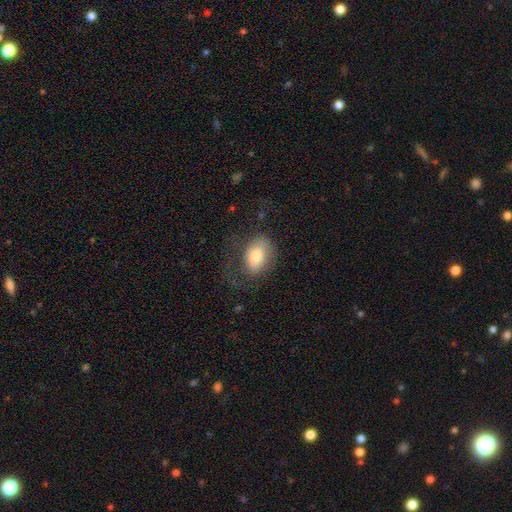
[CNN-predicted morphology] Q: Smooth or featured?
A: smooth (73%); runner-up: featured or disk (19%)
Q: How rounded?
A: in between (86%); runner-up: round (12%)
Q: Merging?
A: none (56%); runner-up: major disturbance (22%)